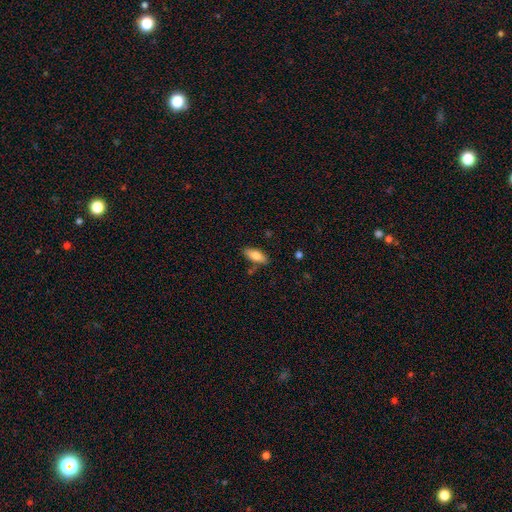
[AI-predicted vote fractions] Q: Smooth or featured?
A: smooth (80%); runner-up: featured or disk (14%)
Q: How rounded?
A: in between (76%); runner-up: cigar-shaped (22%)
Q: Merging?
A: none (79%); runner-up: minor disturbance (14%)